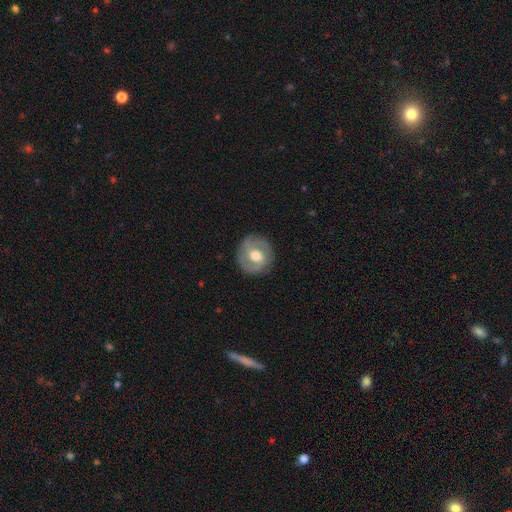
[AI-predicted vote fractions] This is likely a featured or disk galaxy (61%). It is clearly not viewed edge-on (96%). Bar: possibly no (49%). Spiral arm pattern: likely yes (71%). Central bulge: likely moderate (69%). Merging: clearly none (83%).